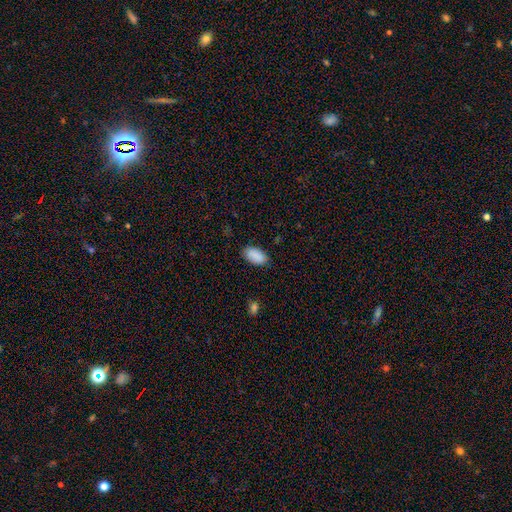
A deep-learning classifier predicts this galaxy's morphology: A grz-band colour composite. It shows a smooth galaxy with no disk features (90%) that is in between round and cigar-shaped (95%). Merging: none (85%).